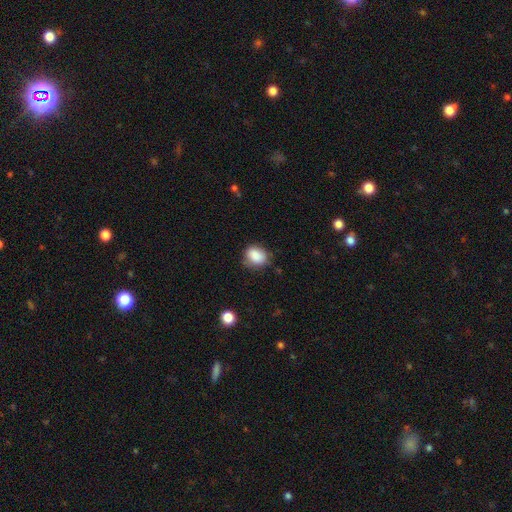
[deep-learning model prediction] Smooth or featured?
  - smooth: 87% *
  - star or artifact: 8%
  - featured or disk: 5%
How rounded?
  - in between: 55% *
  - round: 44%
  - cigar-shaped: 1%
Merging?
  - none: 70% *
  - minor disturbance: 23%
  - major disturbance: 5%
  - merger: 2%